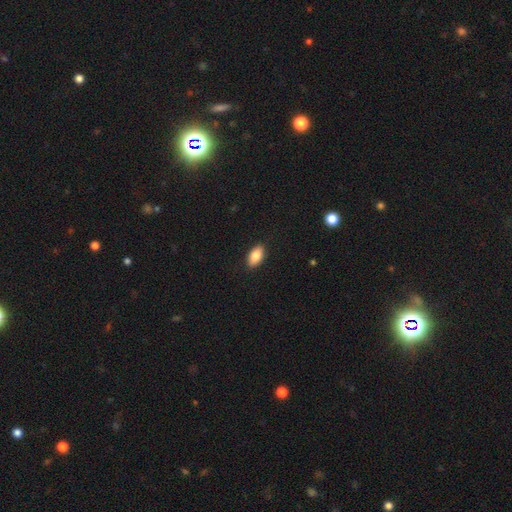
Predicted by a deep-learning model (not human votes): smooth-or-featured: smooth: 83% | featured or disk: 10% | star or artifact: 7%
  how-rounded: in between: 92% | round: 4% | cigar-shaped: 4%
  merging: none: 89% | minor disturbance: 8% | major disturbance: 2% | merger: 1%